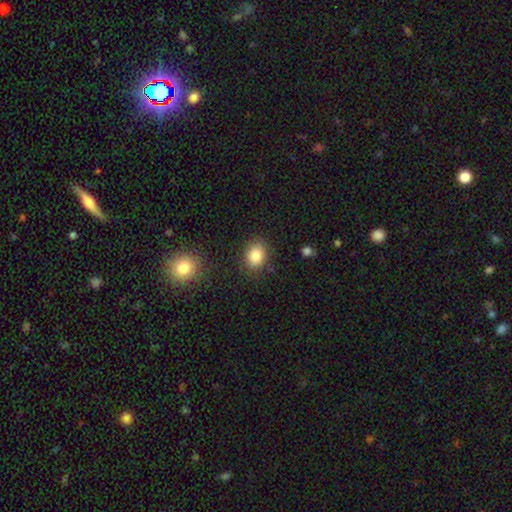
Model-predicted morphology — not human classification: Smooth or featured? Predicted: smooth (p=0.84). How rounded? Predicted: in between (p=0.62). Merging? Predicted: none (p=0.85).